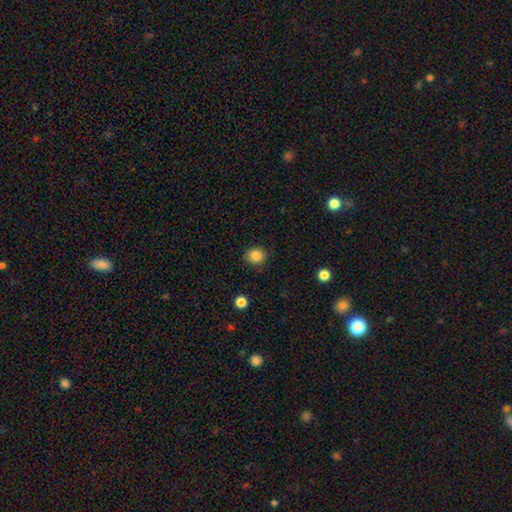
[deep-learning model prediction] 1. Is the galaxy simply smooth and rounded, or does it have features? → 85% smooth, 10% star or artifact, 5% featured or disk.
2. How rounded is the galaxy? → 83% round, 16% in between, 1% cigar-shaped.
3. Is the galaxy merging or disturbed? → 88% none, 8% minor disturbance, 2% major disturbance, 1% merger.